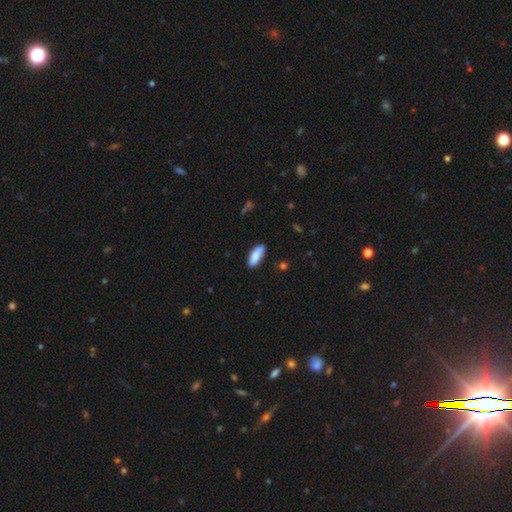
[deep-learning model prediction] Smooth or featured? Predicted: smooth (p=0.82). How rounded? Predicted: in between (p=0.58). Merging? Predicted: none (p=0.80).